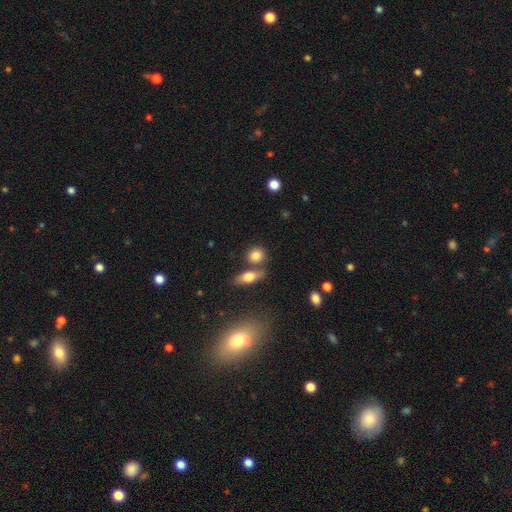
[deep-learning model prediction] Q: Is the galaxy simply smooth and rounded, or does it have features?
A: smooth — 82%.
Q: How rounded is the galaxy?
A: round — 66%.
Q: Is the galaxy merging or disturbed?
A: none — 64%.